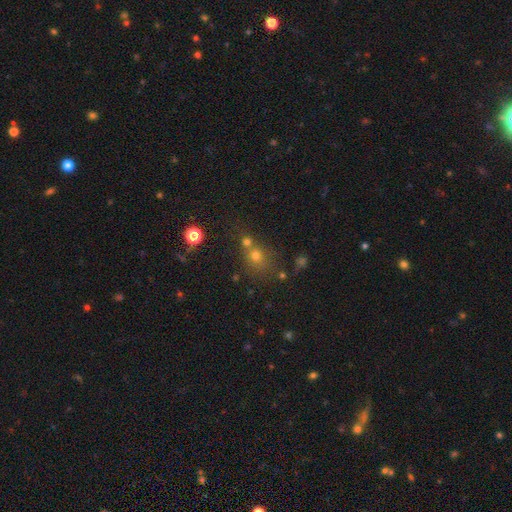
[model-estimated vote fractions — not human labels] Morphology: type=smooth (62%); roundness=round (78%); merging=none (49%).